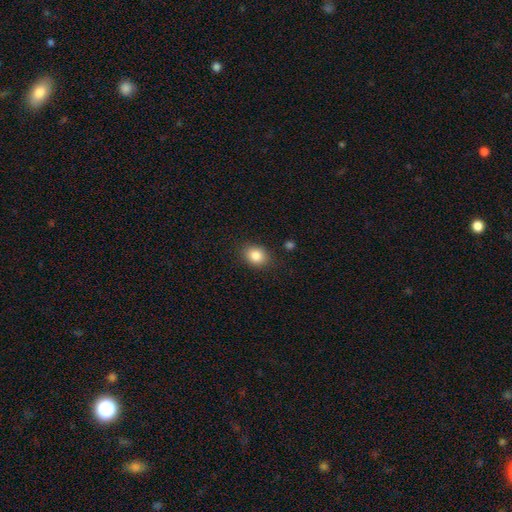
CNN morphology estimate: A smooth galaxy with no disk features (84%) that is round (50%). Merging: none (86%).